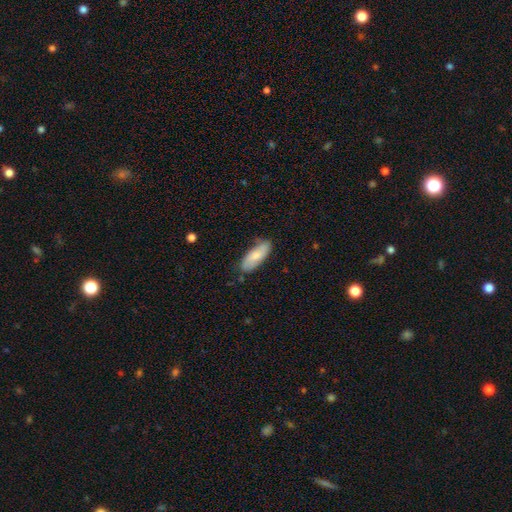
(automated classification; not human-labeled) This is likely a smooth galaxy (75%). How rounded: likely in between (73%). Merging: likely none (72%).